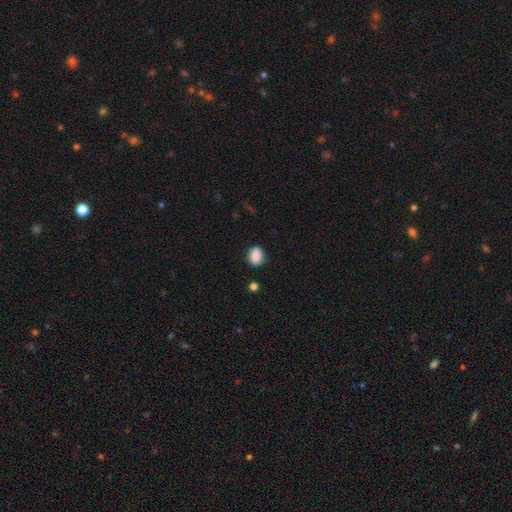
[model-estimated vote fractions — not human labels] Smooth or featured? smooth (88%)
How rounded? in between (73%)
Merging? none (85%)